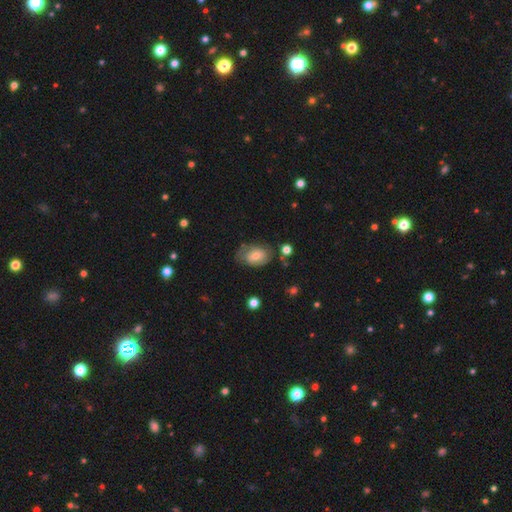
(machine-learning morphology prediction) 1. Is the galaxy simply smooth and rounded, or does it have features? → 51% smooth, 41% featured or disk, 8% star or artifact.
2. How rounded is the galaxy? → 80% in between, 19% round, 1% cigar-shaped.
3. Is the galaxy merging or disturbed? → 58% none, 26% minor disturbance, 12% major disturbance, 4% merger.